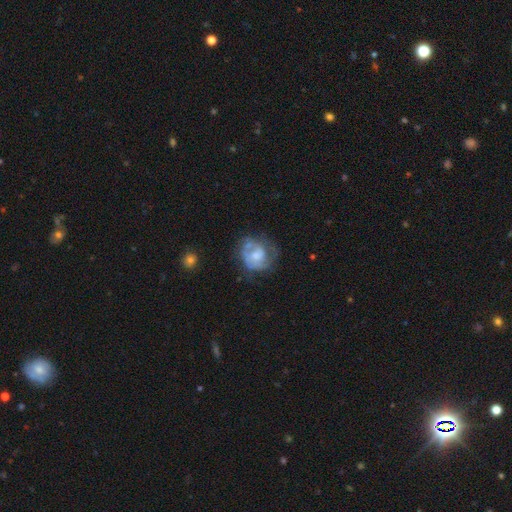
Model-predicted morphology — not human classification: smooth_or_featured: featured or disk (p=0.64) [alt: smooth p=0.29]
disk_edge_on: no (p=0.98) [alt: yes p=0.02]
bar: no (p=0.70) [alt: weak p=0.26]
has_spiral_arms: yes (p=0.73) [alt: no p=0.27]
bulge_size: moderate (p=0.41) [alt: small p=0.29]
merging: none (p=0.49) [alt: minor disturbance p=0.25]